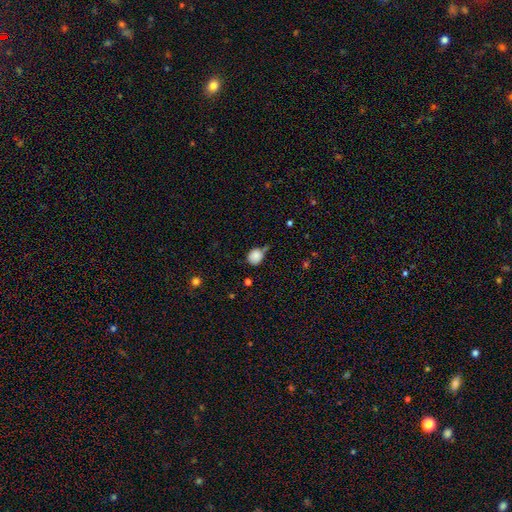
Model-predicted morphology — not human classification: A smooth galaxy with no disk features (84%) that is round (74%).

Vote fractions:
- Smooth or featured? smooth: 84% / star or artifact: 10% / featured or disk: 6%
- How rounded? round: 74% / in between: 25% / cigar-shaped: 1%
- Merging? none: 49% / minor disturbance: 31% / merger: 12% / major disturbance: 8%